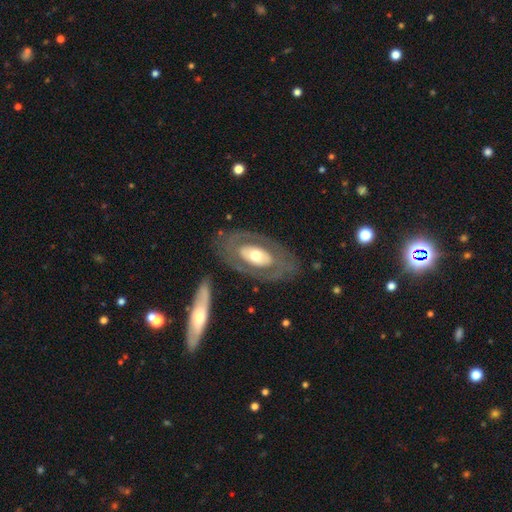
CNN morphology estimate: Smooth or featured: featured or disk — 62% (smooth — 33%)
Edge-on disk: no — 90% (yes — 10%)
Bar: no — 80% (weak — 12%)
Spiral arms: no — 79% (yes — 21%)
Bulge size: moderate — 61% (large — 20%)
Merging: none — 78% (minor disturbance — 11%)